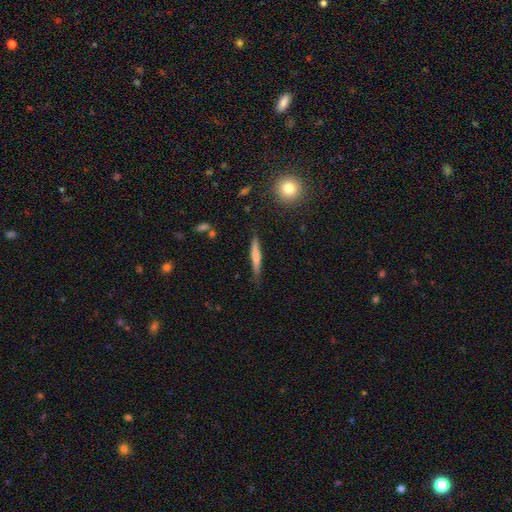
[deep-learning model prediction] smooth-or-featured: smooth: 57% | featured or disk: 36% | star or artifact: 7%
  how-rounded: cigar-shaped: 93% | in between: 5% | round: 2%
  merging: none: 80% | minor disturbance: 15% | major disturbance: 3% | merger: 2%